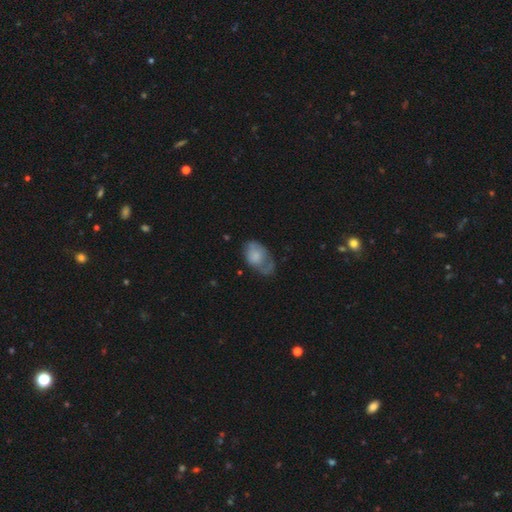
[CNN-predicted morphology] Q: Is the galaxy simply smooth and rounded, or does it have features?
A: smooth — 58%.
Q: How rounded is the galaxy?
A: in between — 89%.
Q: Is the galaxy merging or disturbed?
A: none — 43%.